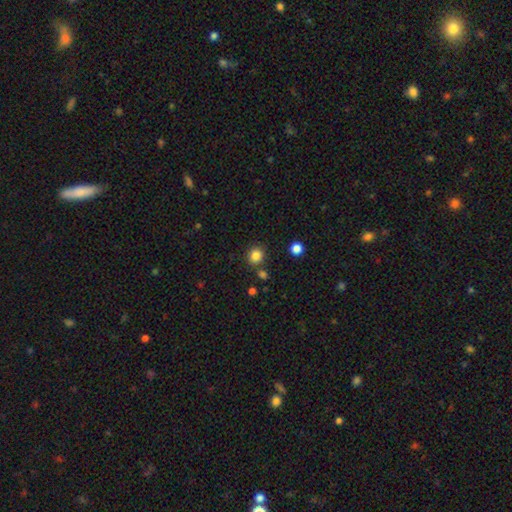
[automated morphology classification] type=smooth (84%); roundness=round (82%); merging=none (83%).